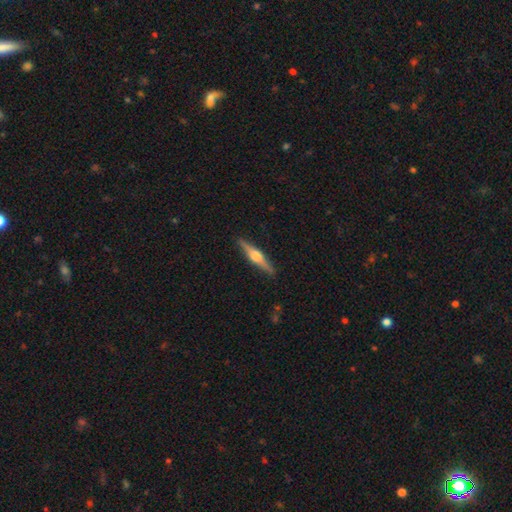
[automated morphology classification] Smooth or featured: featured or disk — 73% (smooth — 22%)
Edge-on disk: yes — 98% (no — 2%)
Edge-on bulge: rounded — 92% (boxy — 6%)
Merging: none — 91% (minor disturbance — 7%)